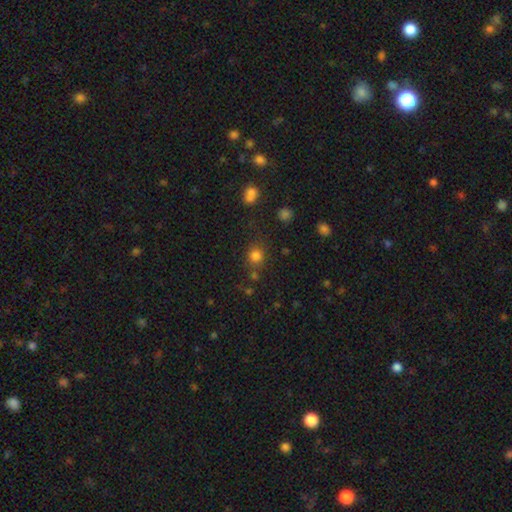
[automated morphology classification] smooth-or-featured: smooth: 79% | star or artifact: 15% | featured or disk: 6%
  how-rounded: round: 85% | in between: 14% | cigar-shaped: 1%
  merging: none: 74% | minor disturbance: 12% | merger: 9% | major disturbance: 5%